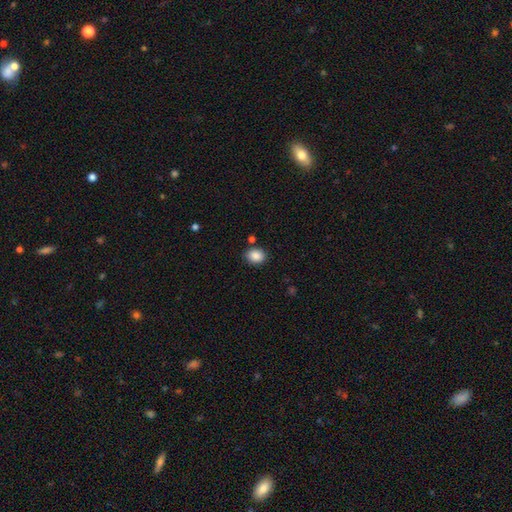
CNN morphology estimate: A smooth galaxy with no disk features (88%) that is in between round and cigar-shaped (51%).

Vote fractions:
- Smooth or featured? smooth: 88% / star or artifact: 8% / featured or disk: 4%
- How rounded? in between: 51% / round: 49% / cigar-shaped: 1%
- Merging? none: 81% / minor disturbance: 12% / merger: 4% / major disturbance: 3%